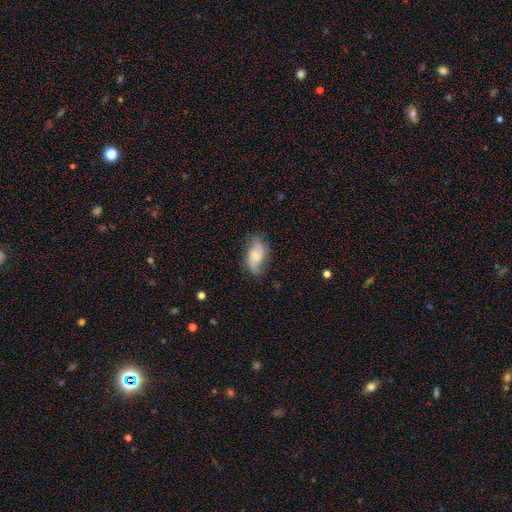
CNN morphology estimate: Smooth or featured: smooth — 49% (featured or disk — 44%)
Merging: none — 66% (minor disturbance — 25%)